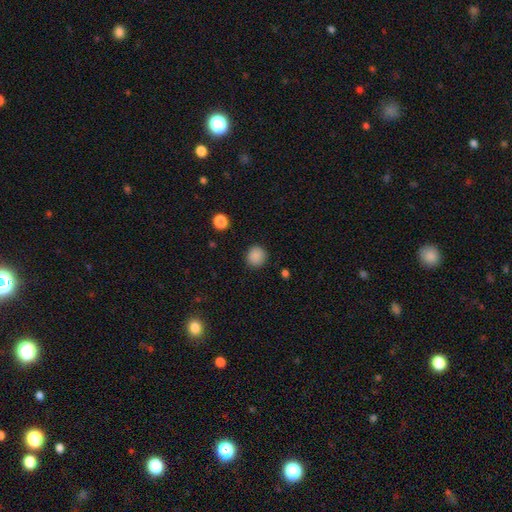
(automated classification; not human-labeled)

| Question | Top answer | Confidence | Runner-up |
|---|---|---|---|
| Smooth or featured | smooth | 87% | star or artifact (10%) |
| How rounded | round | 91% | in between (8%) |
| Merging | none | 88% | minor disturbance (8%) |